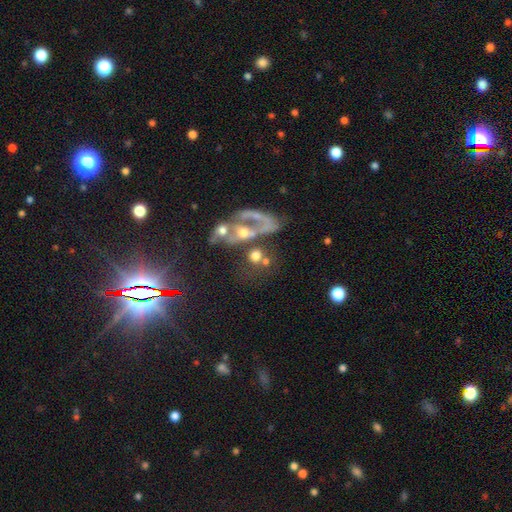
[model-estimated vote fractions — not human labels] Q: Smooth or featured?
A: smooth (45%); runner-up: featured or disk (38%)
Q: Merging?
A: merger (44%); runner-up: none (25%)